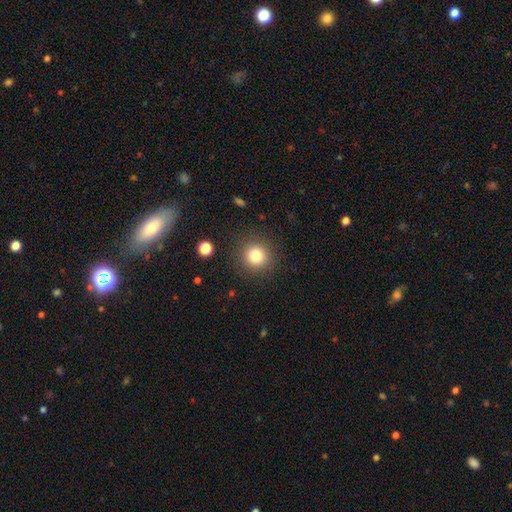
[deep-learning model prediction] Smooth or featured?
  - smooth: 81% *
  - star or artifact: 12%
  - featured or disk: 7%
How rounded?
  - round: 94% *
  - in between: 5%
  - cigar-shaped: 1%
Merging?
  - none: 88% *
  - minor disturbance: 7%
  - major disturbance: 3%
  - merger: 2%